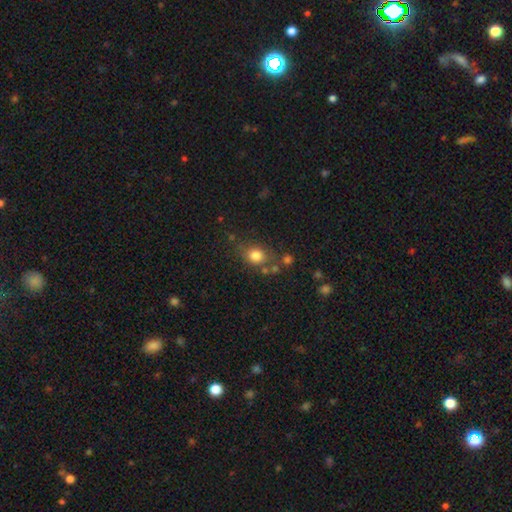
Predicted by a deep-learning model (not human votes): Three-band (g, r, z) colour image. It shows a smooth galaxy with no disk features (79%) that is round (62%). Merging: none (66%).